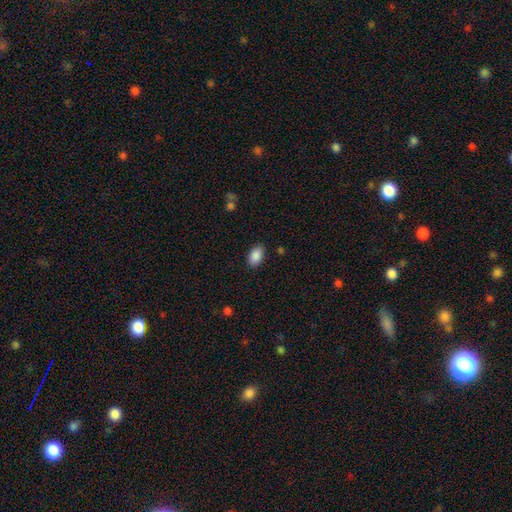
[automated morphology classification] smooth 89%, star or artifact 7%, featured or disk 4%. Down the decision tree: how rounded — in between (93%); merging — none (86%).